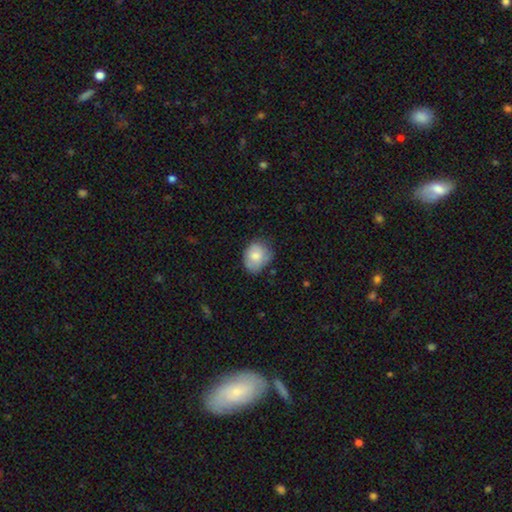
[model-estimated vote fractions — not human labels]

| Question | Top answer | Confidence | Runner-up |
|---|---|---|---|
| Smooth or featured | smooth | 77% | featured or disk (15%) |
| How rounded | in between | 52% | round (47%) |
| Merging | none | 62% | minor disturbance (30%) |